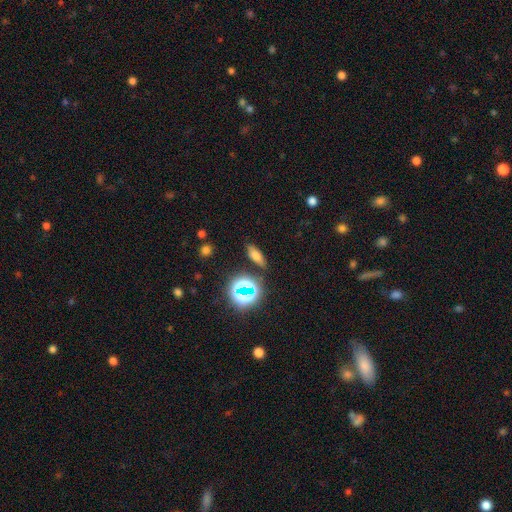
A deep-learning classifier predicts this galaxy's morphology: smooth_or_featured: smooth (p=0.63) [alt: star or artifact p=0.23]
how_rounded: in between (p=0.56) [alt: cigar-shaped p=0.33]
merging: none (p=0.83) [alt: minor disturbance p=0.10]